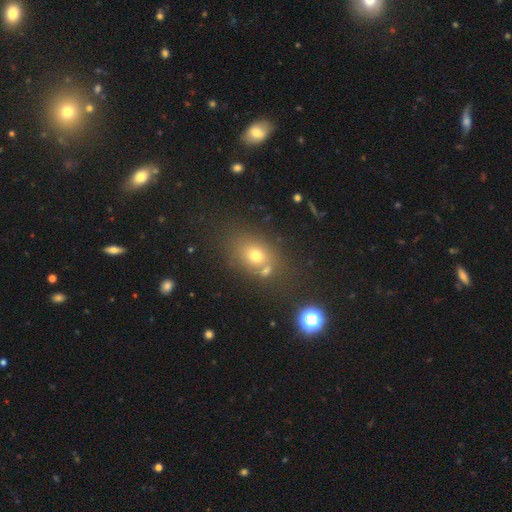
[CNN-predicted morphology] Overall: smooth (65%). How rounded: in between (56%; round 42%). Merging: none (62%).